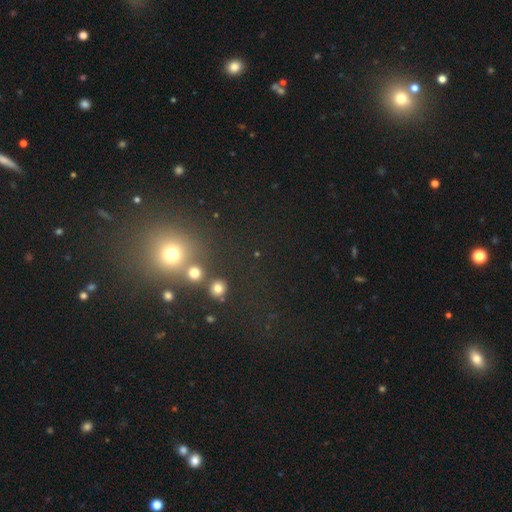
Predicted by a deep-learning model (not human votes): Smooth or featured?
  - star or artifact: 49% *
  - smooth: 42%
  - featured or disk: 8%